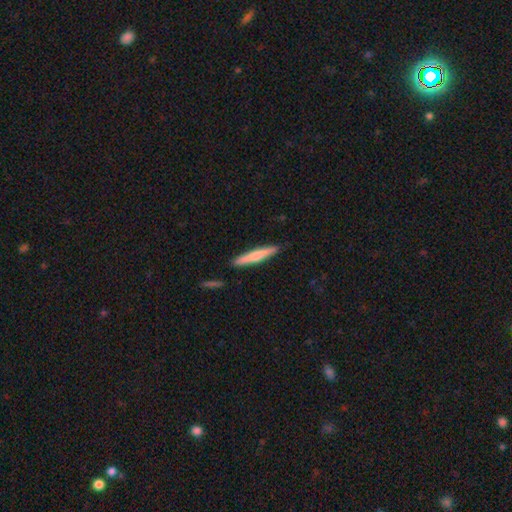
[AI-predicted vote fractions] Smooth or featured?
  - smooth: 62% *
  - featured or disk: 33%
  - star or artifact: 5%
How rounded?
  - cigar-shaped: 93% *
  - in between: 5%
  - round: 1%
Merging?
  - none: 89% *
  - minor disturbance: 7%
  - merger: 2%
  - major disturbance: 2%